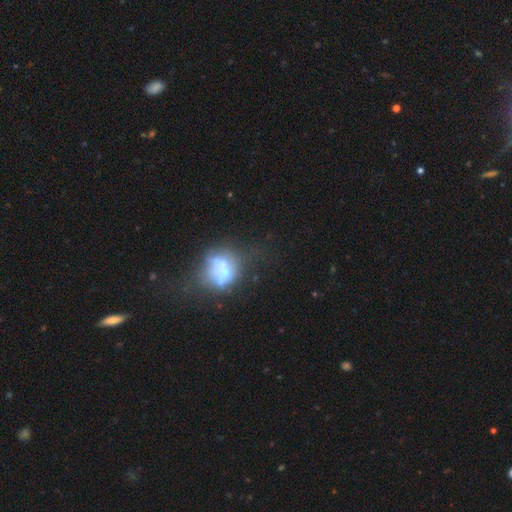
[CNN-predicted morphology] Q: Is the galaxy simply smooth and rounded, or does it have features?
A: smooth — 44%.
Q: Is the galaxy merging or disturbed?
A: none — 40%.